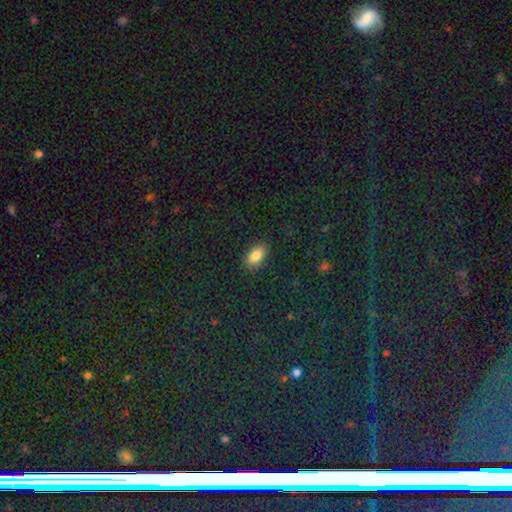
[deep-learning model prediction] smooth_or_featured: smooth (p=0.84) [alt: star or artifact p=0.09]
how_rounded: in between (p=0.91) [alt: round p=0.05]
merging: none (p=0.87) [alt: minor disturbance p=0.09]